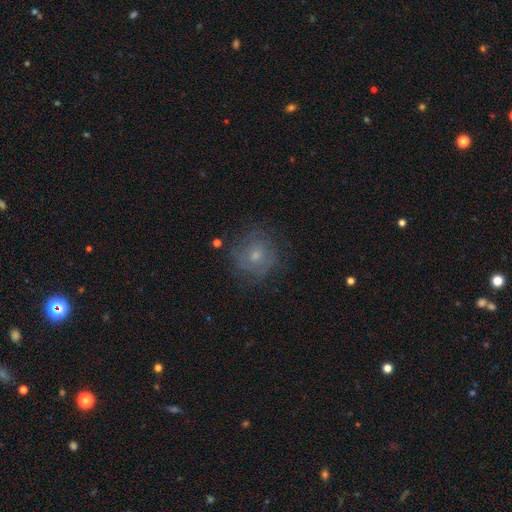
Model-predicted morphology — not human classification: Overall: featured or disk (57%; smooth 32%). Edge-on disk: no (97%). Bar: no (73%). Spiral arms: yes (75%). Bulge size: small (56%; moderate 38%). Merging: none (73%).